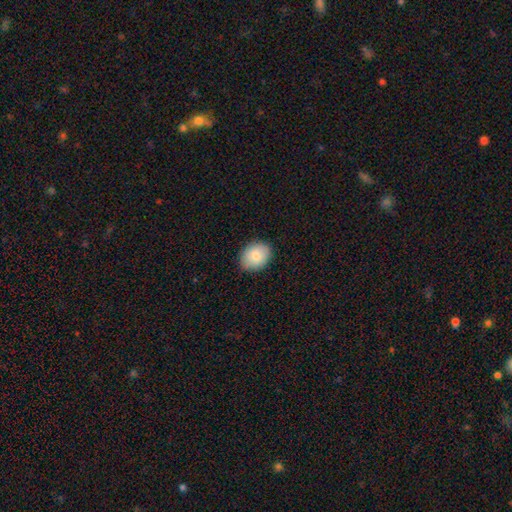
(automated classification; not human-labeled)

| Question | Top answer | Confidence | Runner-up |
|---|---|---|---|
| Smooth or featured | smooth | 83% | featured or disk (10%) |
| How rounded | in between | 60% | round (39%) |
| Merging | none | 85% | minor disturbance (12%) |